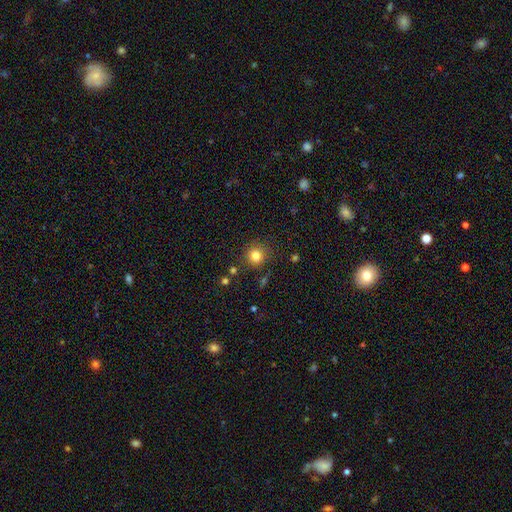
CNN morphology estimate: type=smooth (81%); roundness=round (92%); merging=none (85%).